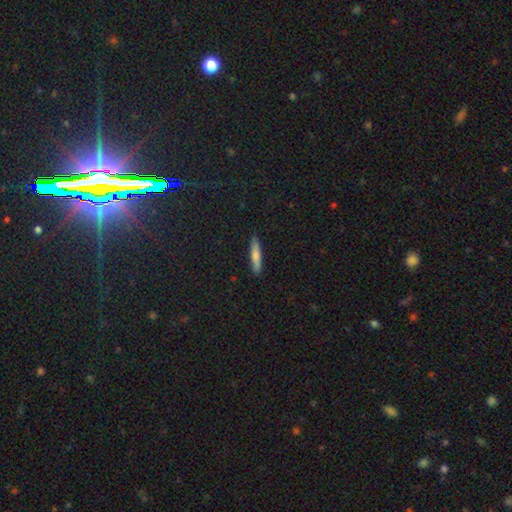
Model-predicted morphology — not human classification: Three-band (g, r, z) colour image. It shows a smooth galaxy with no disk features (76%) that is cigar-shaped (88%). Merging: none (89%).